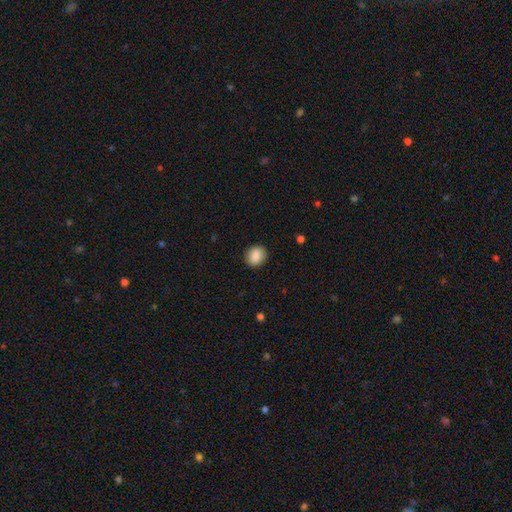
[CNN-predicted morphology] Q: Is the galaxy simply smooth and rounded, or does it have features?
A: smooth — 86%.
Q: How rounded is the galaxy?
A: round — 70%.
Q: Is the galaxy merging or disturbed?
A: none — 88%.